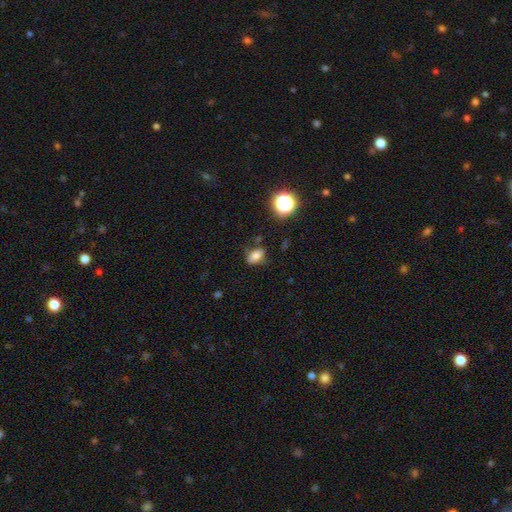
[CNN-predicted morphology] smooth 78%, star or artifact 14%, featured or disk 9%. Down the decision tree: how rounded — in between (80%); merging — none (71%).